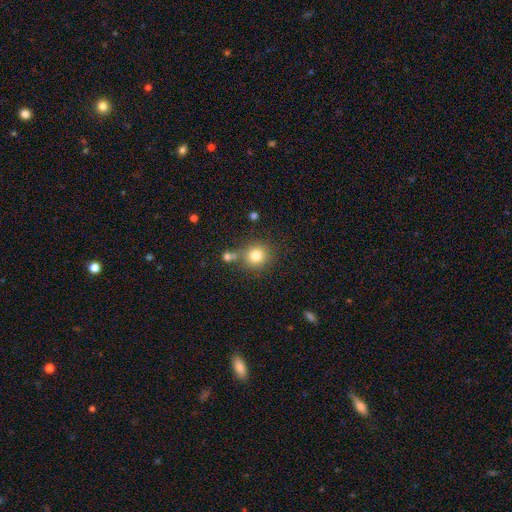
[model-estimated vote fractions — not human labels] Smooth or featured? Predicted: smooth (p=0.80). How rounded? Predicted: round (p=0.86). Merging? Predicted: none (p=0.68).